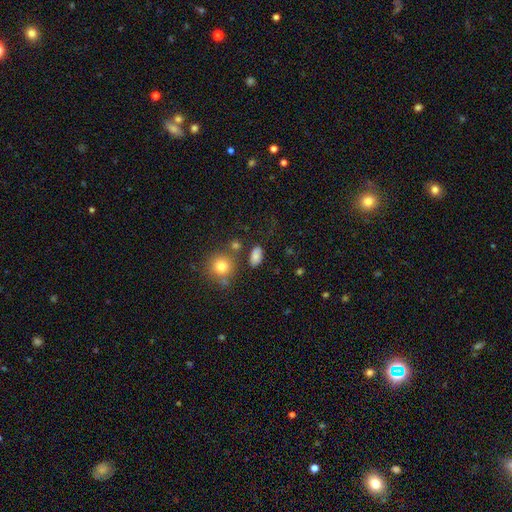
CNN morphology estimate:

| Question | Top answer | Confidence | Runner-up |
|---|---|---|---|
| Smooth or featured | smooth | 79% | star or artifact (13%) |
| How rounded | in between | 84% | round (13%) |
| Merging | none | 70% | minor disturbance (17%) |